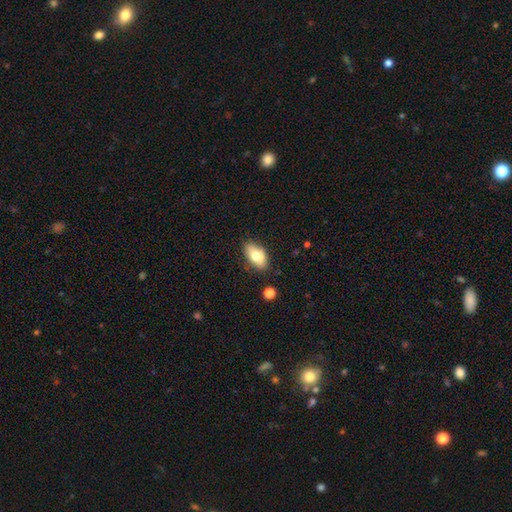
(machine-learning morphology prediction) Smooth or featured? smooth (69%)
How rounded? in between (90%)
Merging? none (75%)